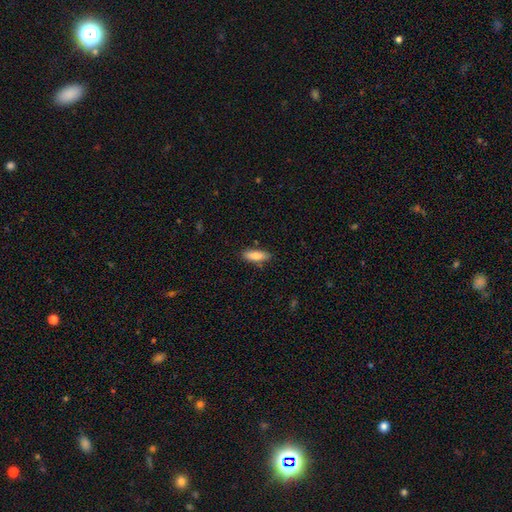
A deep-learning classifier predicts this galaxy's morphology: Smooth or featured? smooth (85%)
How rounded? in between (60%)
Merging? none (83%)